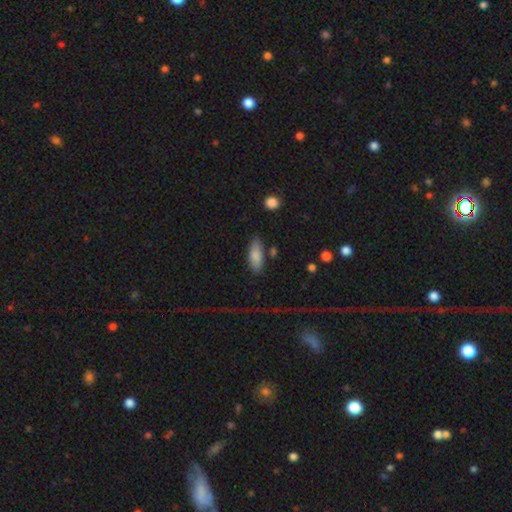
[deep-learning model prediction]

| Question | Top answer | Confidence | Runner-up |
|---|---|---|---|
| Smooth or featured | smooth | 84% | featured or disk (10%) |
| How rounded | in between | 76% | cigar-shaped (22%) |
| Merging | none | 78% | minor disturbance (15%) |